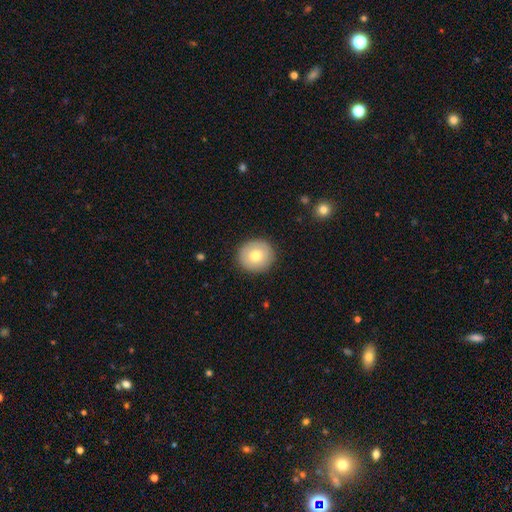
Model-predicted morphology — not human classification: smooth 75%, featured or disk 18%, star or artifact 8%. Down the decision tree: how rounded — round (90%); merging — none (90%).